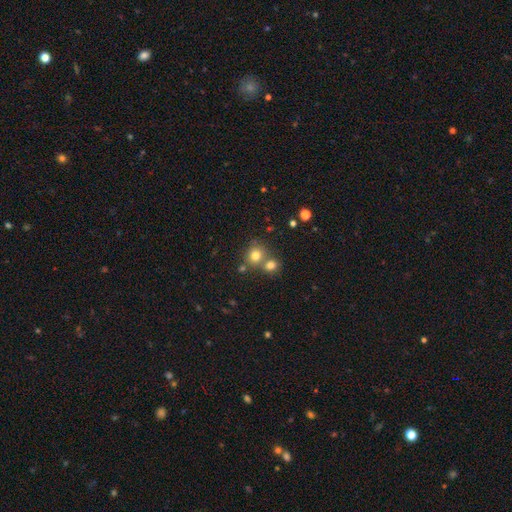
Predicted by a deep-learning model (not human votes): smooth 78%, star or artifact 14%, featured or disk 9%. Down the decision tree: how rounded — round (82%); merging — none (52%).